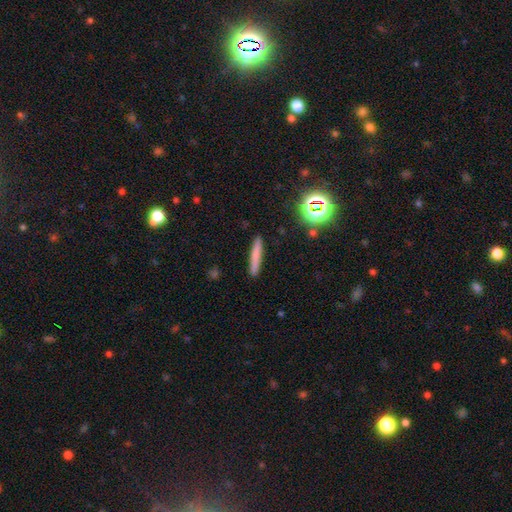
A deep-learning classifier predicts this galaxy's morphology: This appears to be a smooth galaxy with no disk features (72%) that is cigar-shaped (94%). Merging: none (90%).